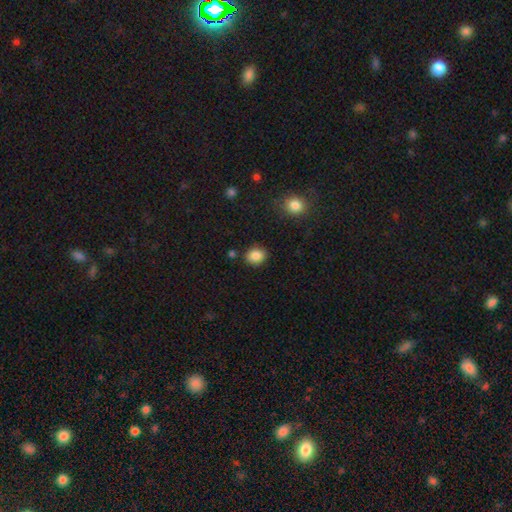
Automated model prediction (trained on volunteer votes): smooth-or-featured: smooth: 87% | star or artifact: 9% | featured or disk: 4%
  how-rounded: round: 62% | in between: 37% | cigar-shaped: 1%
  merging: none: 86% | minor disturbance: 9% | merger: 3% | major disturbance: 2%